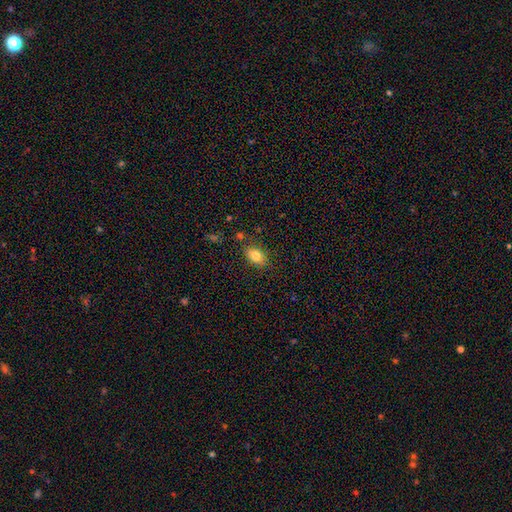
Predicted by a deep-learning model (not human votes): smooth_or_featured: smooth (p=0.80) [alt: featured or disk p=0.10]
how_rounded: in between (p=0.83) [alt: round p=0.15]
merging: none (p=0.80) [alt: minor disturbance p=0.13]